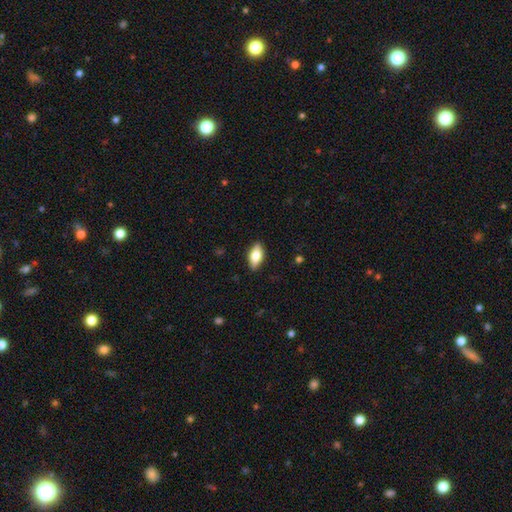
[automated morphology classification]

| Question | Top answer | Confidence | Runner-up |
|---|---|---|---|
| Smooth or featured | smooth | 72% | featured or disk (22%) |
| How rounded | in between | 85% | cigar-shaped (11%) |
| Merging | none | 87% | minor disturbance (10%) |